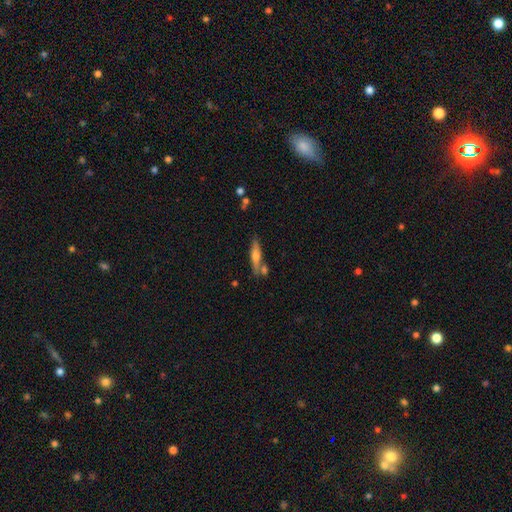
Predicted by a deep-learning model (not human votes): Smooth or featured: smooth — 49% (featured or disk — 45%)
Merging: none — 68% (merger — 14%)